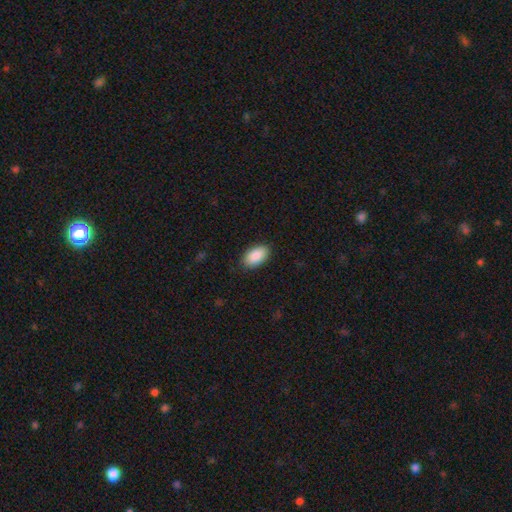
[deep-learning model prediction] This is clearly a smooth galaxy (90%). How rounded: clearly in between (95%). Merging: clearly none (88%).